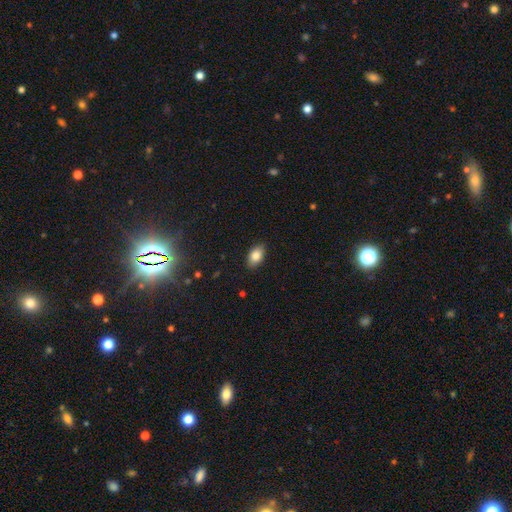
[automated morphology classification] Q: Smooth or featured?
A: smooth (83%); runner-up: featured or disk (9%)
Q: How rounded?
A: in between (91%); runner-up: round (7%)
Q: Merging?
A: none (88%); runner-up: minor disturbance (9%)